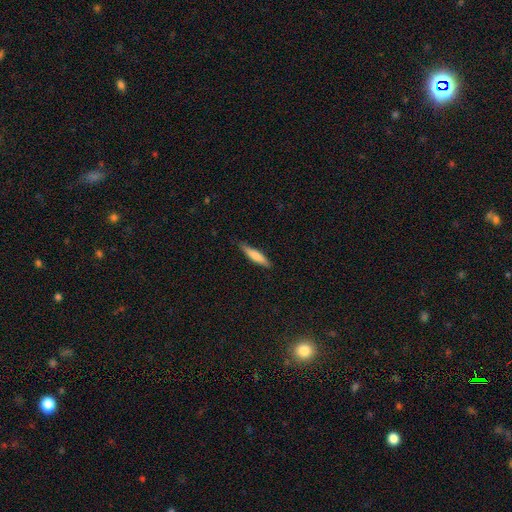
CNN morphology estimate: This is likely a smooth galaxy (73%). How rounded: clearly cigar-shaped (83%). Merging: clearly none (85%).